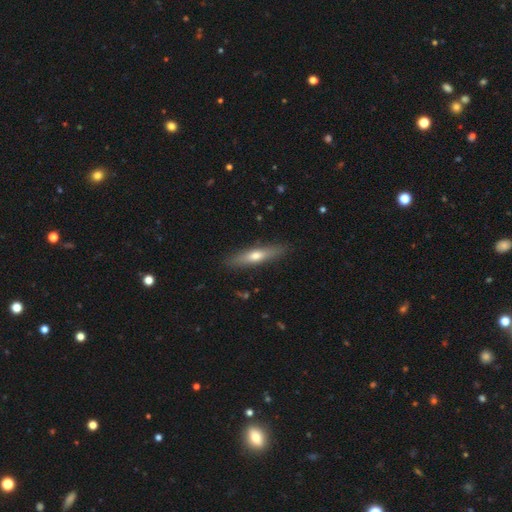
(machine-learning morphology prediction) Smooth or featured? Predicted: smooth (p=0.50). How rounded? Predicted: cigar-shaped (p=0.84). Merging? Predicted: none (p=0.88).